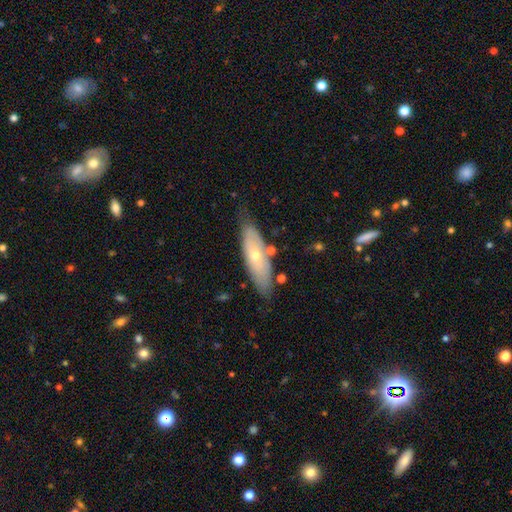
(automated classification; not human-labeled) Smooth or featured: smooth — 50% (featured or disk — 44%)
Merging: none — 72% (minor disturbance — 19%)